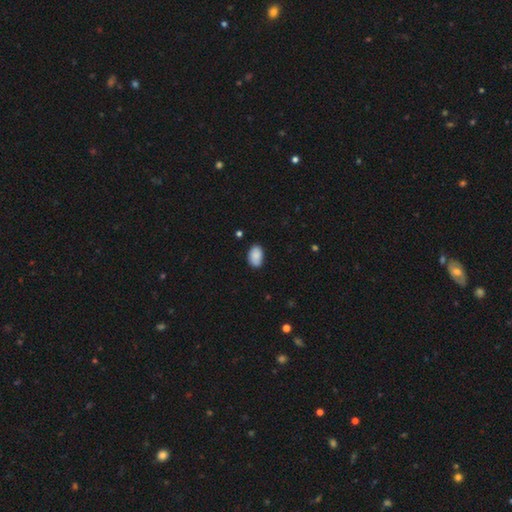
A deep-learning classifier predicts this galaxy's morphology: Overall: smooth (88%). How rounded: in between (89%). Merging: none (79%).